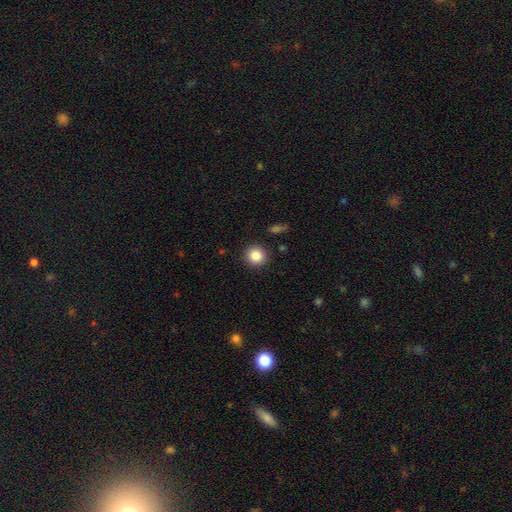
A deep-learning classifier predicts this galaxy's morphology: Smooth or featured: smooth — 85% (star or artifact — 10%)
How rounded: round — 91% (in between — 8%)
Merging: none — 91% (minor disturbance — 6%)